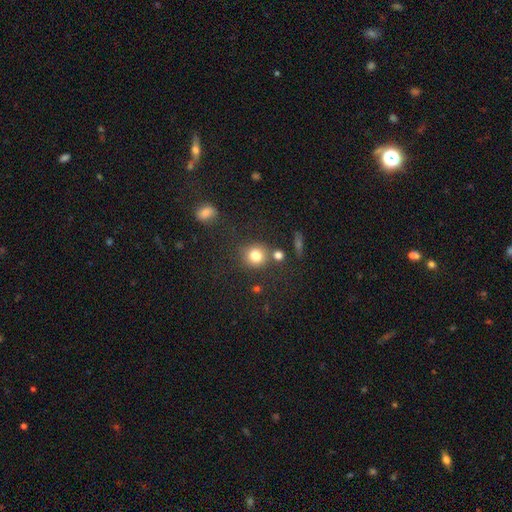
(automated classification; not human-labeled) Smooth or featured? Predicted: smooth (p=0.80). How rounded? Predicted: round (p=0.88). Merging? Predicted: none (p=0.74).